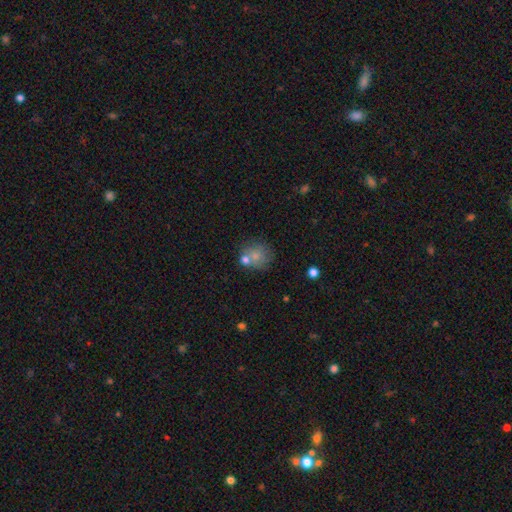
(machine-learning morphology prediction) Overall: smooth (72%). How rounded: round (81%). Merging: none (56%; merger 23%).